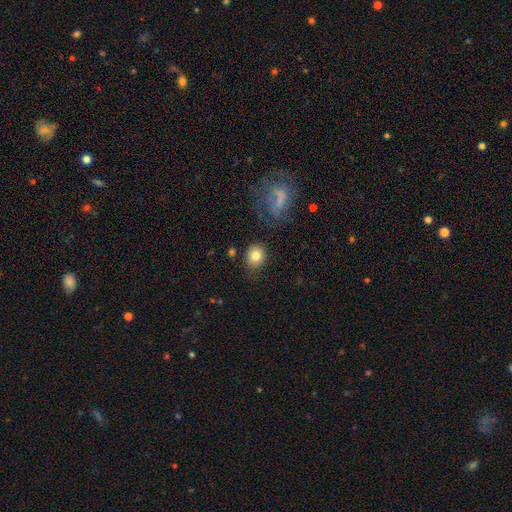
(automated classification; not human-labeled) Smooth or featured?
  - smooth: 82% *
  - star or artifact: 10%
  - featured or disk: 9%
How rounded?
  - round: 67% *
  - in between: 32%
  - cigar-shaped: 1%
Merging?
  - none: 77% *
  - minor disturbance: 15%
  - major disturbance: 4%
  - merger: 4%